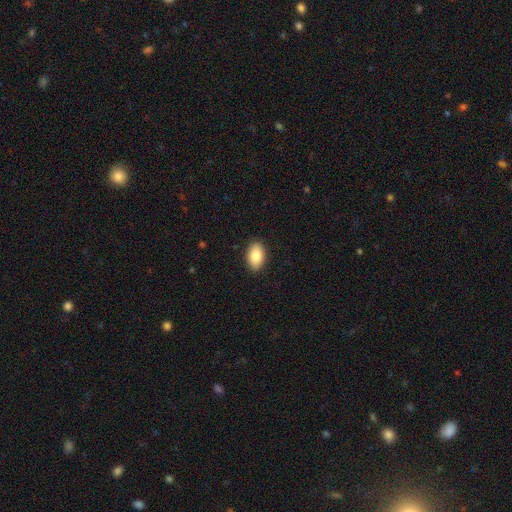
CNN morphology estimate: Smooth or featured? smooth (86%)
How rounded? in between (93%)
Merging? none (90%)